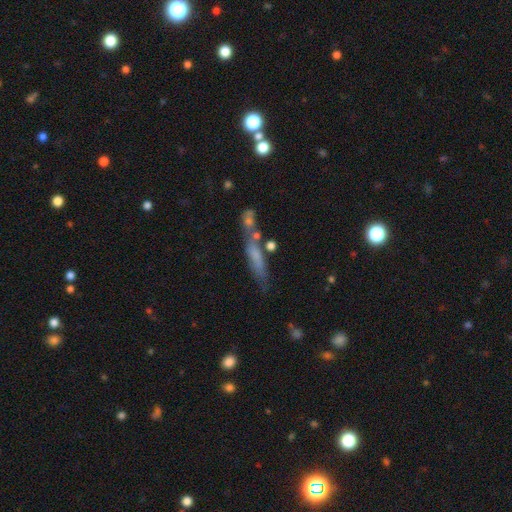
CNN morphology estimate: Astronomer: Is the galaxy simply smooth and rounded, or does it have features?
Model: smooth — 54% (runner-up: featured or disk, 34%).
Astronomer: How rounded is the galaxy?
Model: cigar-shaped — 80%.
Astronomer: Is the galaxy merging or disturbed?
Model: none — 48%.